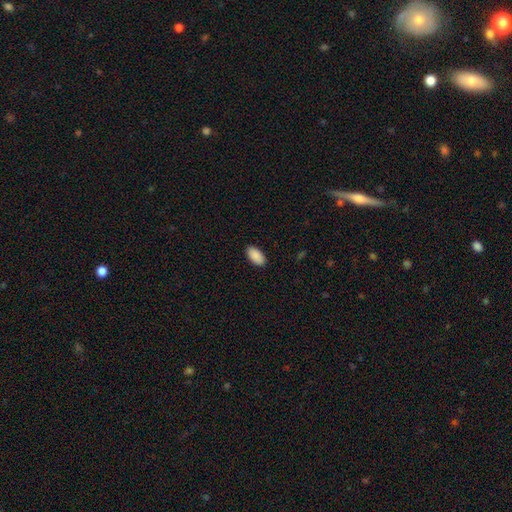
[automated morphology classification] type=smooth (91%); roundness=in between (95%); merging=none (90%).